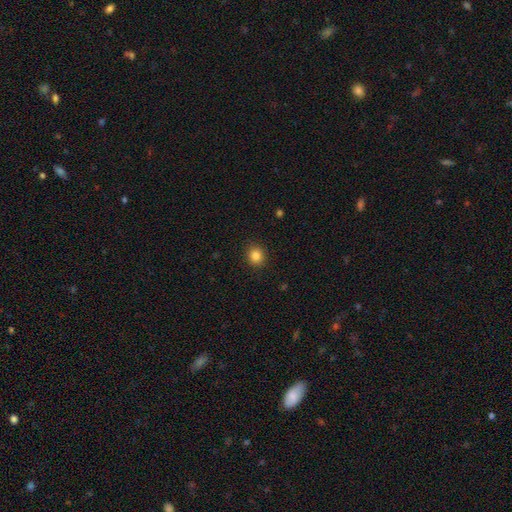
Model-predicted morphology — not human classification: Smooth or featured?
  - smooth: 84% *
  - star or artifact: 11%
  - featured or disk: 5%
How rounded?
  - round: 83% *
  - in between: 16%
  - cigar-shaped: 1%
Merging?
  - none: 91% *
  - minor disturbance: 6%
  - major disturbance: 2%
  - merger: 1%